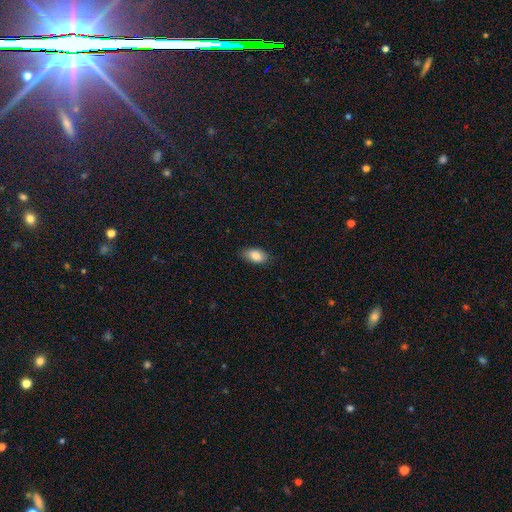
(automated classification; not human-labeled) A smooth galaxy with no disk features (85%) that is in between round and cigar-shaped (93%).

Vote fractions:
- Smooth or featured? smooth: 85% / featured or disk: 8% / star or artifact: 7%
- How rounded? in between: 93% / round: 5% / cigar-shaped: 3%
- Merging? none: 84% / minor disturbance: 13% / major disturbance: 2% / merger: 1%